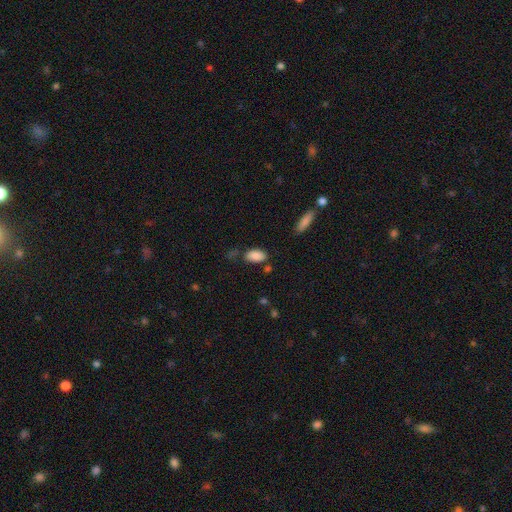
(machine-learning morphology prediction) Smooth or featured: smooth — 87% (star or artifact — 7%)
How rounded: in between — 94% (round — 3%)
Merging: none — 73% (minor disturbance — 17%)